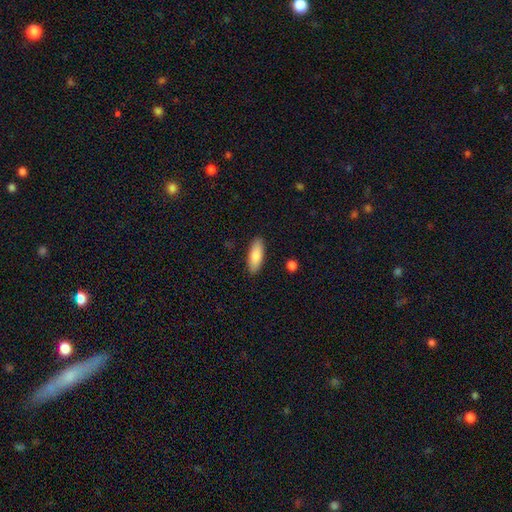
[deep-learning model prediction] Q: Smooth or featured?
A: smooth (83%); runner-up: featured or disk (11%)
Q: How rounded?
A: in between (69%); runner-up: cigar-shaped (29%)
Q: Merging?
A: none (89%); runner-up: minor disturbance (8%)